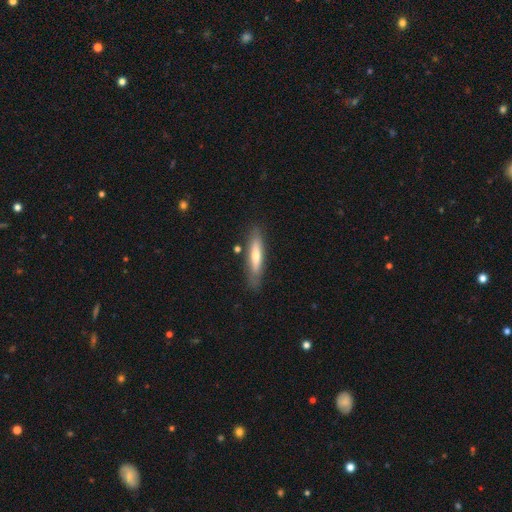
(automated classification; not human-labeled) Morphology: type=smooth (55%); roundness=cigar-shaped (83%); merging=none (83%).